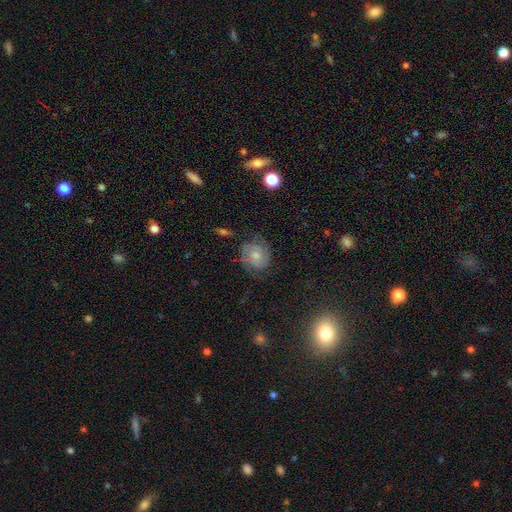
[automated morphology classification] type=featured or disk (57%); edge-on=no (97%); bar=no (73%); spiral arms=yes (87%); bulge=moderate (42%); merging=none (61%).